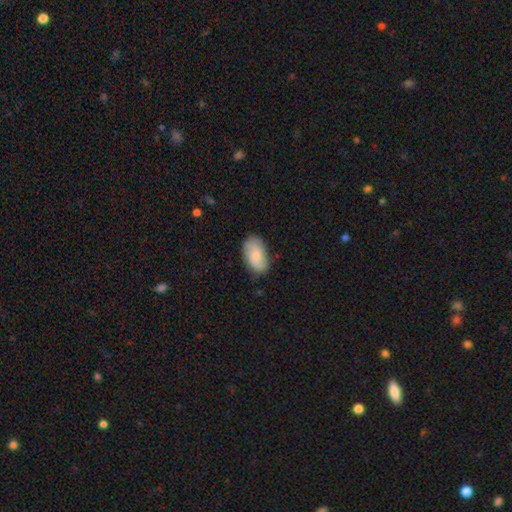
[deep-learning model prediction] The model was most divided on "smooth or featured": smooth: 73%, featured or disk: 20%, star or artifact: 6%. More confident: how rounded — in between (94%); merging — none (76%).